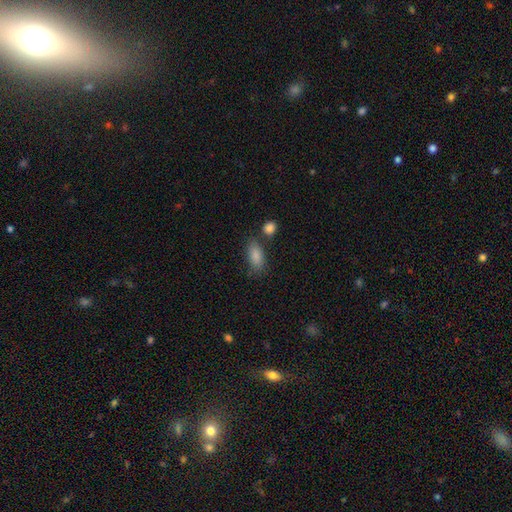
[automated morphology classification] smooth 87%, star or artifact 7%, featured or disk 6%. Down the decision tree: how rounded — in between (87%); merging — none (67%).